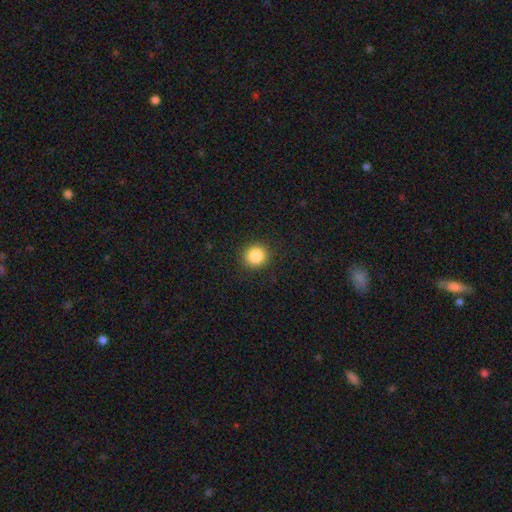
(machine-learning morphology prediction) Smooth or featured: smooth — 87% (star or artifact — 10%)
How rounded: round — 91% (in between — 8%)
Merging: none — 91% (minor disturbance — 6%)